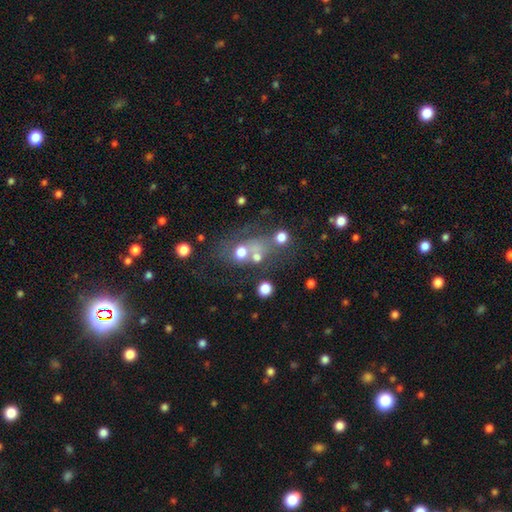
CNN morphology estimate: type=smooth (49%); merging=none (44%).